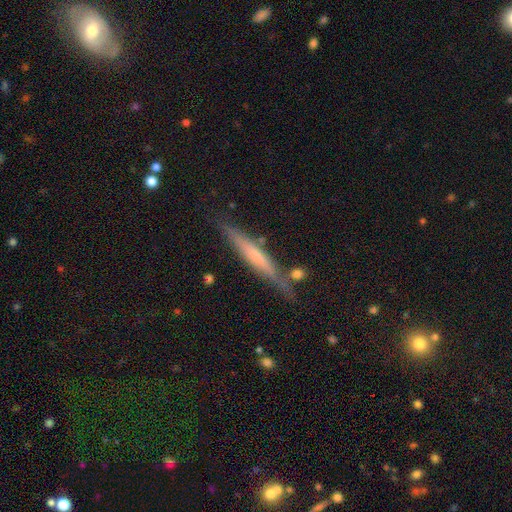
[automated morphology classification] smooth_or_featured: featured or disk (p=0.53) [alt: smooth p=0.40]
disk_edge_on: yes (p=0.95) [alt: no p=0.05]
edge_on_bulge: none (p=0.56) [alt: rounded p=0.26]
merging: none (p=0.78) [alt: minor disturbance p=0.13]